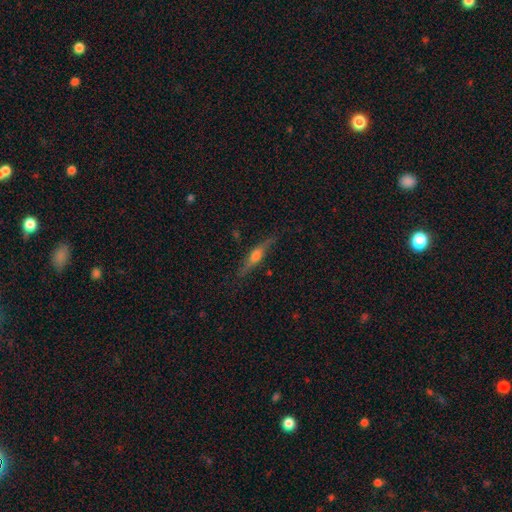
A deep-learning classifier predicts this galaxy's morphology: Smooth or featured? featured or disk (65%)
Edge-on disk? yes (93%)
Edge-on bulge? rounded (85%)
Merging? none (80%)